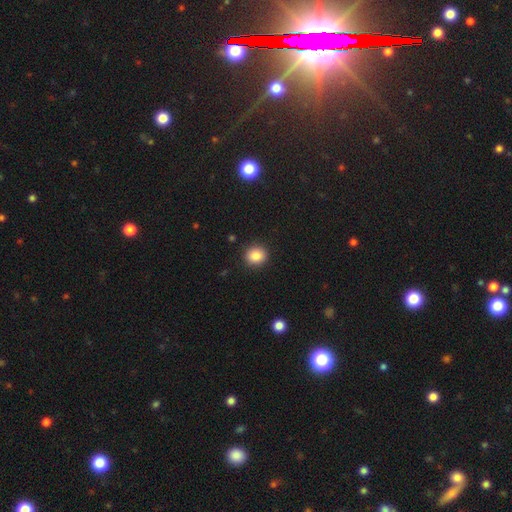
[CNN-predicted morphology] This is clearly a smooth galaxy (85%). How rounded: clearly round (83%). Merging: clearly none (91%).